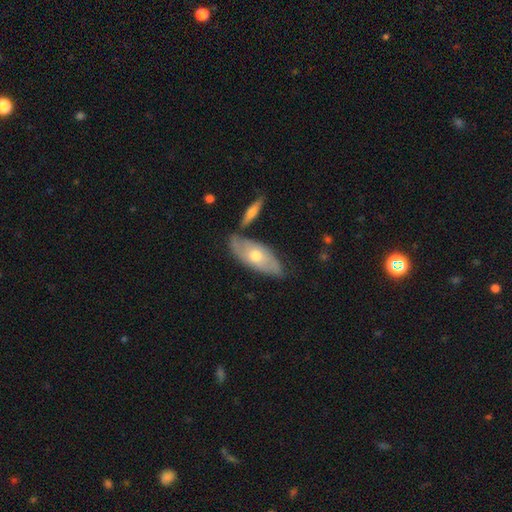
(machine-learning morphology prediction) Q: Smooth or featured?
A: featured or disk (49%); runner-up: smooth (45%)
Q: Merging?
A: none (66%); runner-up: minor disturbance (18%)